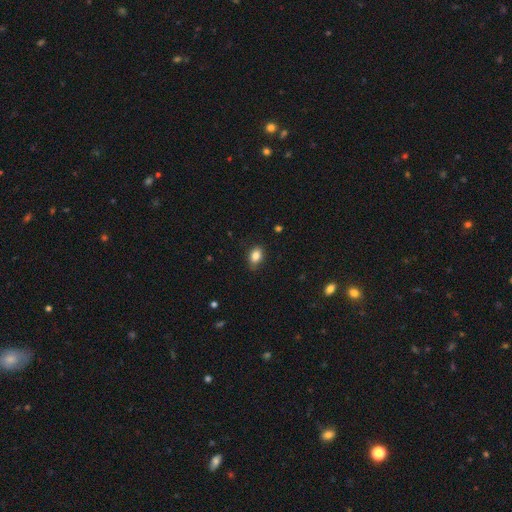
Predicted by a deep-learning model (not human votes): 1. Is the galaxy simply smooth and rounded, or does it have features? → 85% smooth, 9% star or artifact, 6% featured or disk.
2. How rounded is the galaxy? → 81% in between, 18% round, 2% cigar-shaped.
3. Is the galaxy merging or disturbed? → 80% none, 16% minor disturbance, 3% major disturbance, 1% merger.